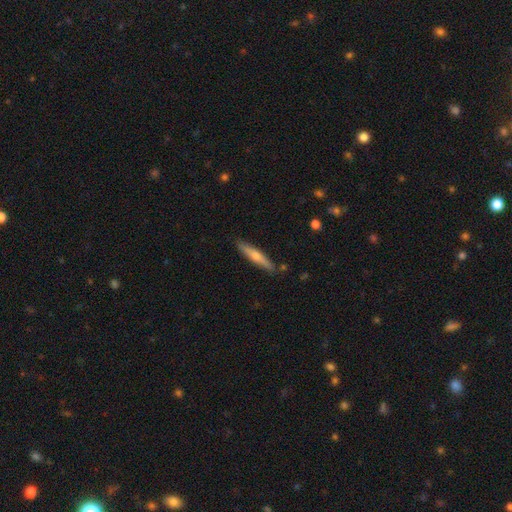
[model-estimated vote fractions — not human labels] Smooth or featured? featured or disk (51%)
Edge-on disk? yes (93%)
Merging? none (89%)